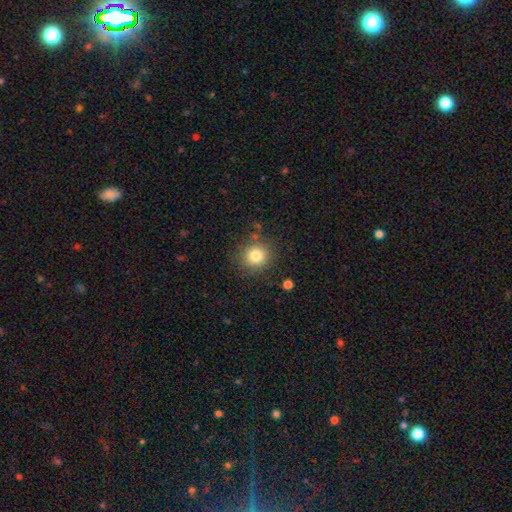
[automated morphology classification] type=smooth (81%); roundness=round (89%); merging=none (85%).